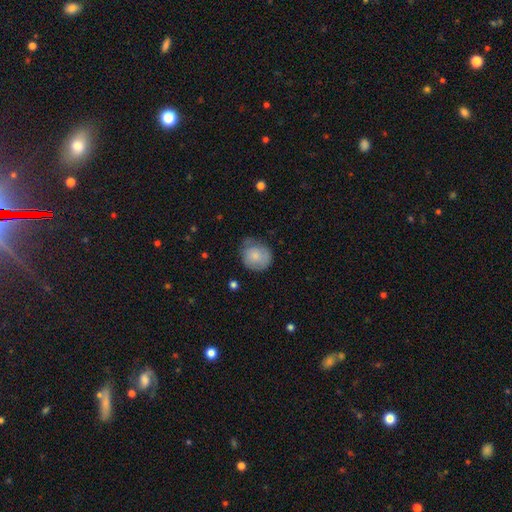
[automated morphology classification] This appears to be a smooth galaxy with no disk features (76%) that is round (79%). Merging: none (55%).